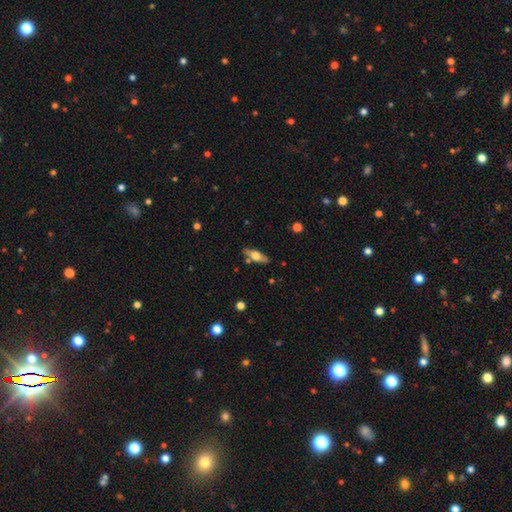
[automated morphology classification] smooth 50%, featured or disk 44%, star or artifact 6%. Down the decision tree: merging — none (82%).